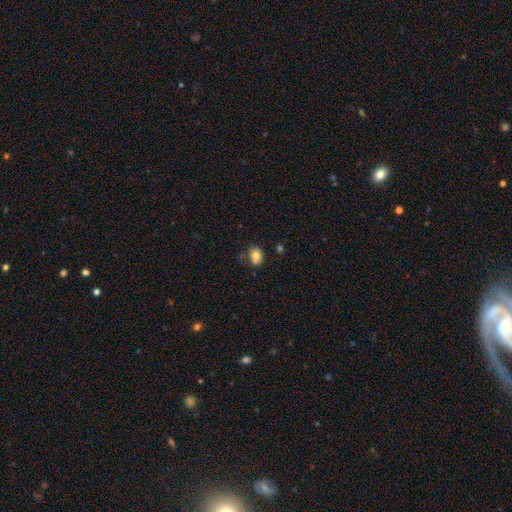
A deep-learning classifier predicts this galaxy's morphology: A smooth galaxy with no disk features (78%) that is in between round and cigar-shaped (59%). Merging: none (72%).